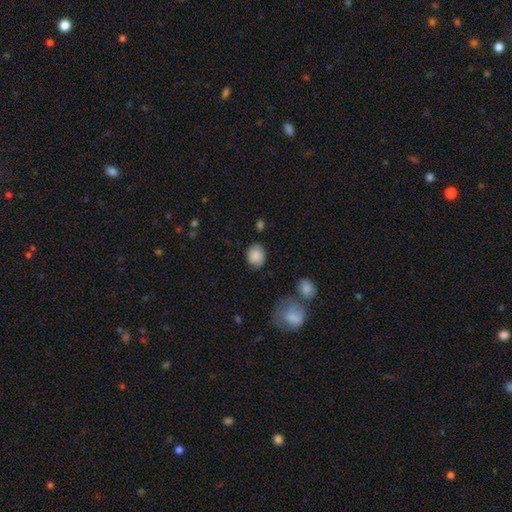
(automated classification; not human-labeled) smooth-or-featured: smooth: 84% | featured or disk: 8% | star or artifact: 8%
  how-rounded: round: 56% | in between: 43% | cigar-shaped: 1%
  merging: none: 76% | minor disturbance: 16% | major disturbance: 4% | merger: 3%